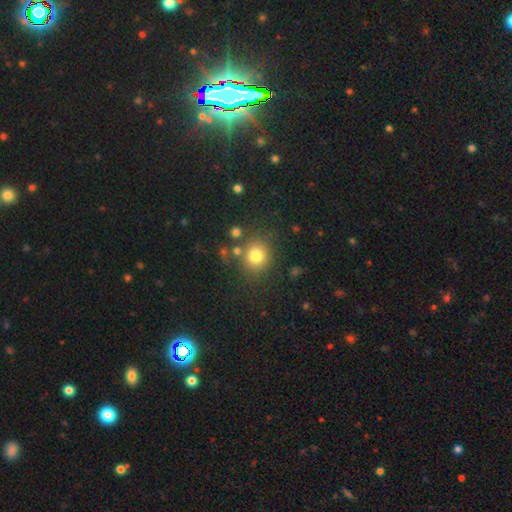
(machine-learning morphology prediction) Q: Smooth or featured?
A: smooth (79%); runner-up: star or artifact (13%)
Q: How rounded?
A: round (83%); runner-up: in between (16%)
Q: Merging?
A: none (76%); runner-up: minor disturbance (11%)